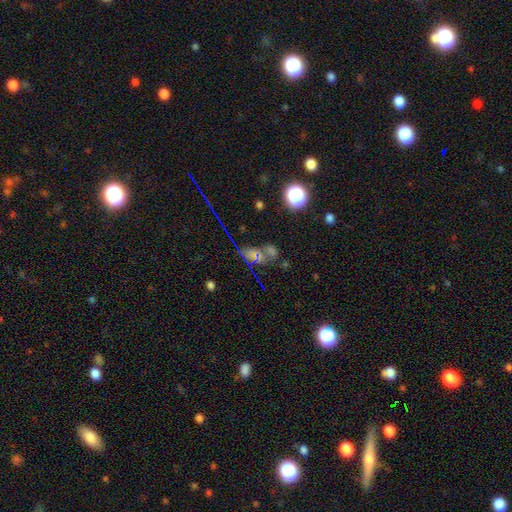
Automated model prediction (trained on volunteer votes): This is marginally a smooth galaxy (43%). Merging: possibly none (45%).